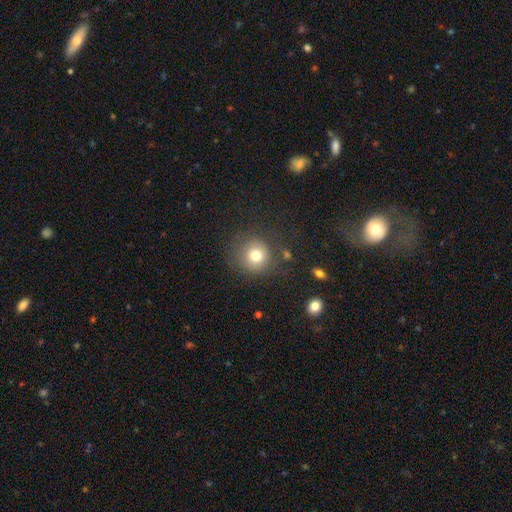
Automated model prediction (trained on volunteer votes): Smooth or featured: smooth — 76% (star or artifact — 13%)
How rounded: round — 90% (in between — 9%)
Merging: none — 75% (minor disturbance — 14%)